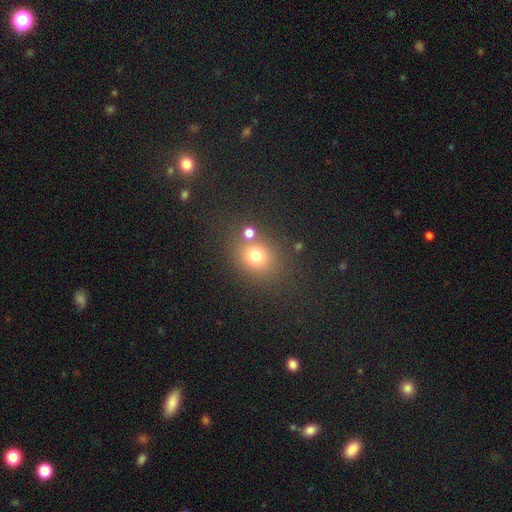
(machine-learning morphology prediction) Q: Smooth or featured?
A: smooth (73%); runner-up: star or artifact (18%)
Q: How rounded?
A: round (73%); runner-up: in between (26%)
Q: Merging?
A: none (68%); runner-up: merger (15%)